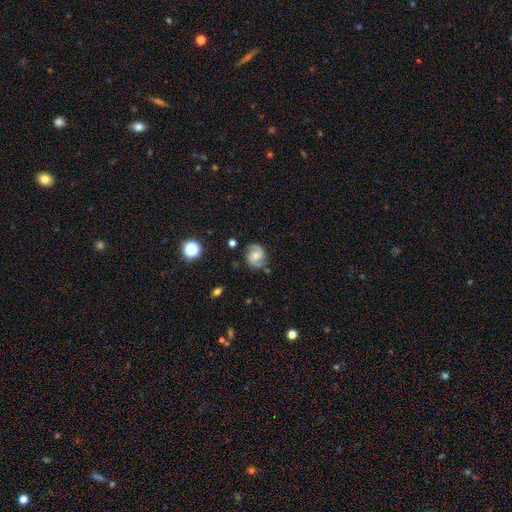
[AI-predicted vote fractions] A featured or disk galaxy (81%) with no bar (61%), 2 (91%) medium (50%) spiral arms (97%) and a small central bulge (42%).

Vote fractions:
- Smooth or featured? featured or disk: 81% / smooth: 12% / star or artifact: 8%
- Edge-on disk? no: 98% / yes: 2%
- Bar? no: 61% / weak: 32% / strong: 6%
- Spiral arms? yes: 97% / no: 3%
- Spiral winding? medium: 50% / tight: 36% / loose: 13%
- Spiral arm count? 2: 91% / can't tell: 3% / 3: 2% / 1: 2% / 4: 1% / more than 4: 1%
- Bulge size? small: 42% / moderate: 40% / none: 12% / large: 4% / dominant: 1%
- Merging? none: 76% / minor disturbance: 16% / major disturbance: 5% / merger: 3%